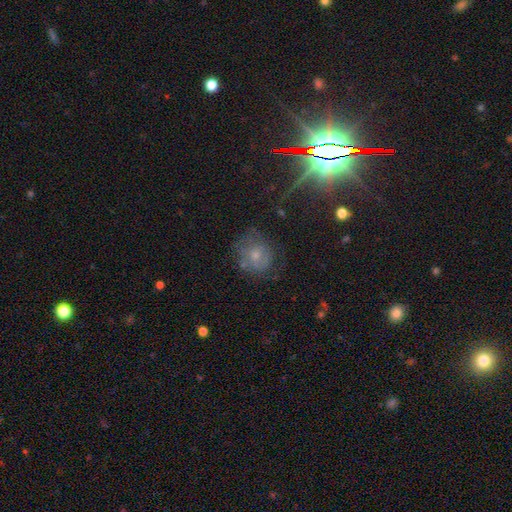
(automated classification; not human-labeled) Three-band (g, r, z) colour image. It shows a smooth galaxy with no disk features (51%) that is round (77%). Merging: none (58%).